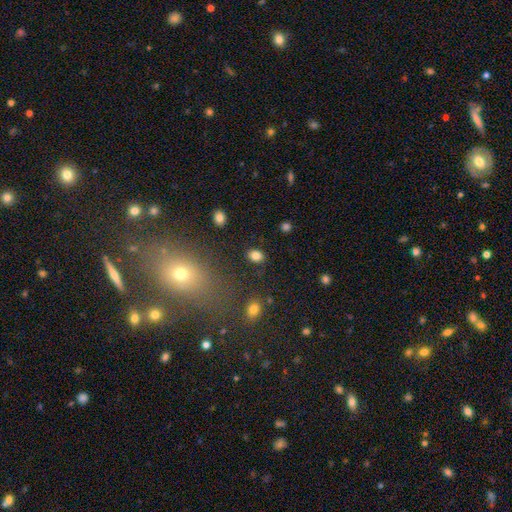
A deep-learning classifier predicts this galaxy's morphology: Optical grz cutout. It shows a smooth galaxy with no disk features (83%) that is in between round and cigar-shaped (66%). Merging: none (85%).